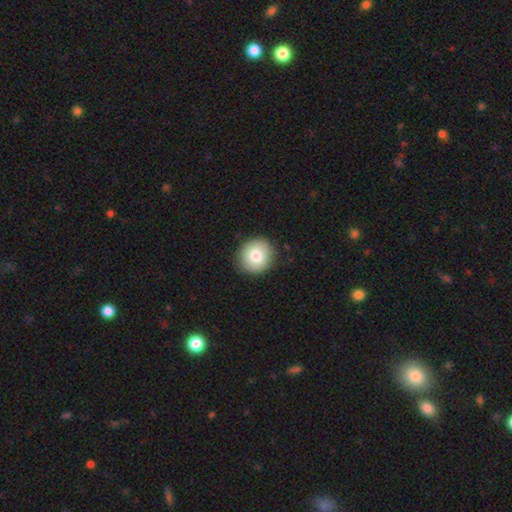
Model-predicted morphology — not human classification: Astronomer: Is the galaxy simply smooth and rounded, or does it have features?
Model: smooth — 79%.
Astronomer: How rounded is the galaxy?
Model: round — 88%.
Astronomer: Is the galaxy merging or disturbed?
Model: none — 90%.